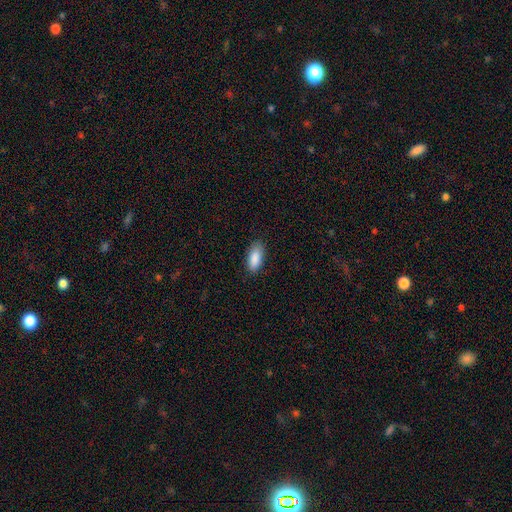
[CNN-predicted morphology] type=smooth (89%); roundness=in between (84%); merging=none (84%).